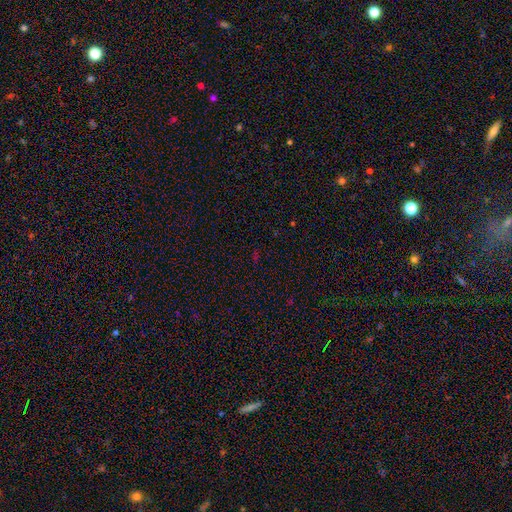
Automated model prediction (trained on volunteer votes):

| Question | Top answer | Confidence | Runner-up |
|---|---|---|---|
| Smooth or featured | star or artifact | 64% | smooth (27%) |